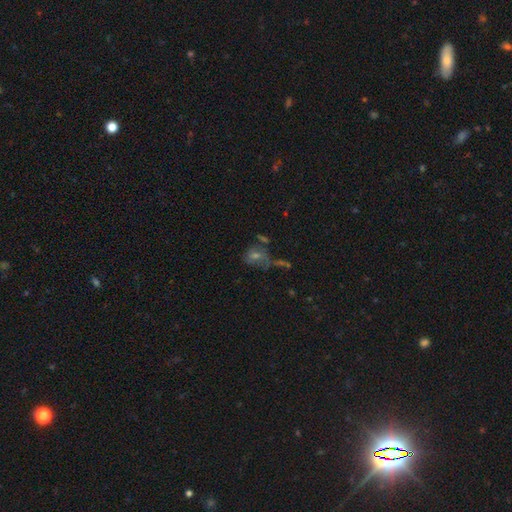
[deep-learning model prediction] A featured or disk galaxy (37%). Merging: none (44%).